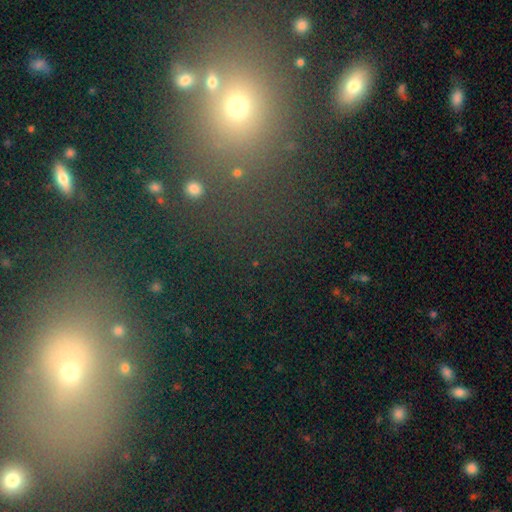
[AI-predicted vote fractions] A smooth galaxy with no disk features (45%). Merging: none (69%).